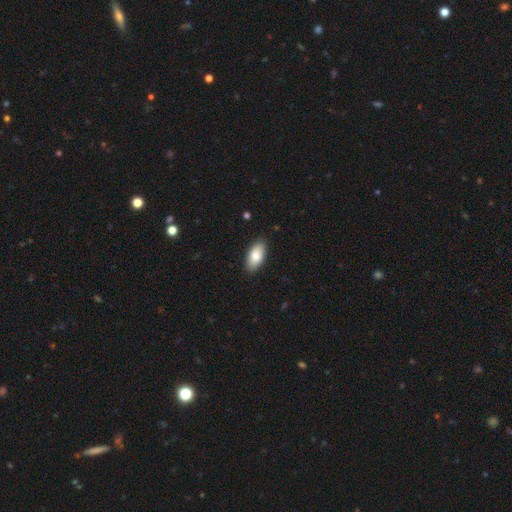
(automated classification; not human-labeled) Smooth or featured: smooth — 82% (featured or disk — 12%)
How rounded: in between — 91% (cigar-shaped — 6%)
Merging: none — 88% (minor disturbance — 9%)